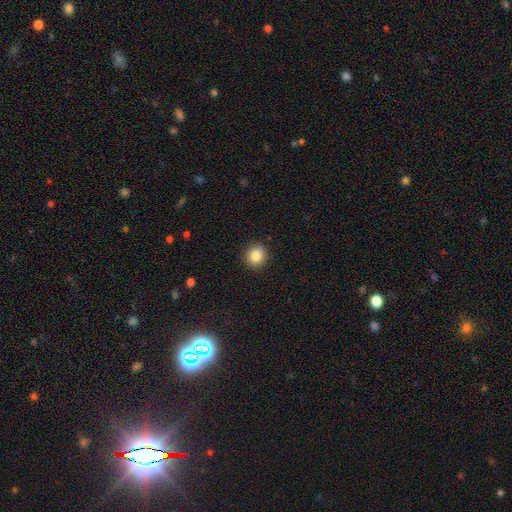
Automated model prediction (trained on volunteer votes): This appears to be a smooth galaxy with no disk features (85%) that is round (87%). Merging: none (91%).